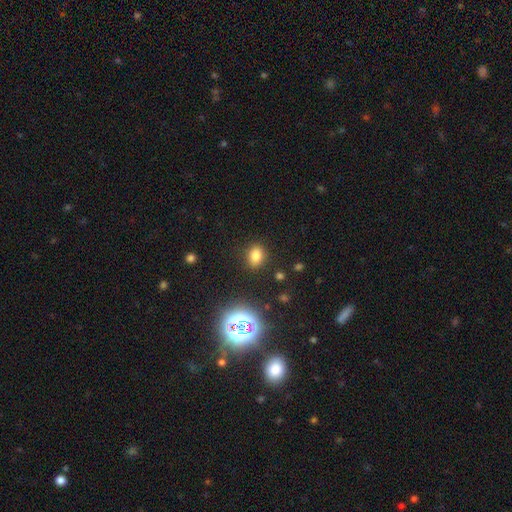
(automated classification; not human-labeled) Q: Smooth or featured?
A: smooth (77%); runner-up: star or artifact (16%)
Q: How rounded?
A: in between (60%); runner-up: round (38%)
Q: Merging?
A: none (85%); runner-up: minor disturbance (10%)